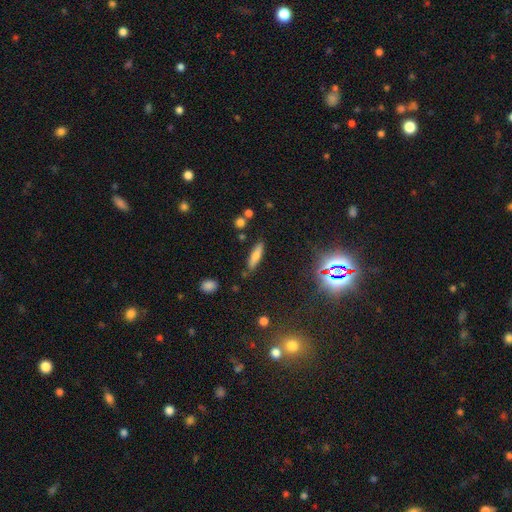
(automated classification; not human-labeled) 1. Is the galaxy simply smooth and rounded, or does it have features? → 69% smooth, 21% featured or disk, 10% star or artifact.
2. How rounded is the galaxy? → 73% cigar-shaped, 25% in between, 2% round.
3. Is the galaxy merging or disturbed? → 80% none, 12% minor disturbance, 5% merger, 3% major disturbance.